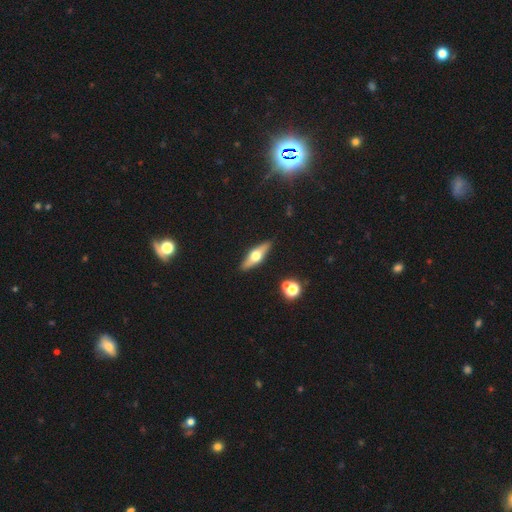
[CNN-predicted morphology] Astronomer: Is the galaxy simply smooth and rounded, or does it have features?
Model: featured or disk — 56% (runner-up: smooth, 38%).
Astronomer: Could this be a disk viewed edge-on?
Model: yes — 89%.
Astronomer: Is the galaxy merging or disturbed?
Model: none — 88%.